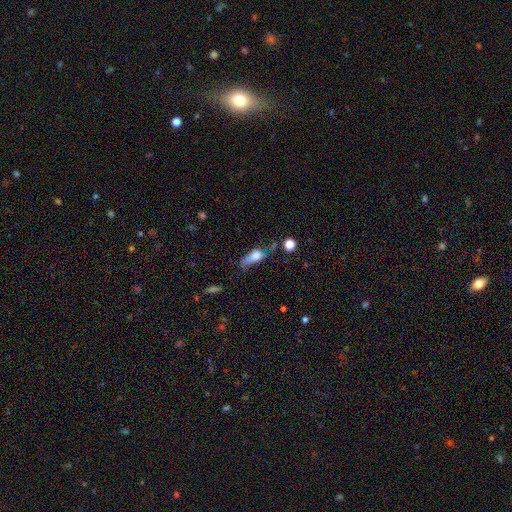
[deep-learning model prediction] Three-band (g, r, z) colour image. It shows a smooth galaxy with no disk features (67%) that is in between round and cigar-shaped (69%). Merging: major disturbance (32%).